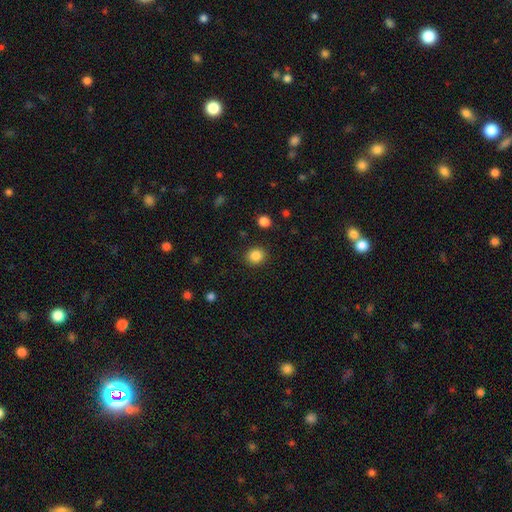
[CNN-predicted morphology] Smooth or featured? smooth (86%)
How rounded? round (79%)
Merging? none (90%)